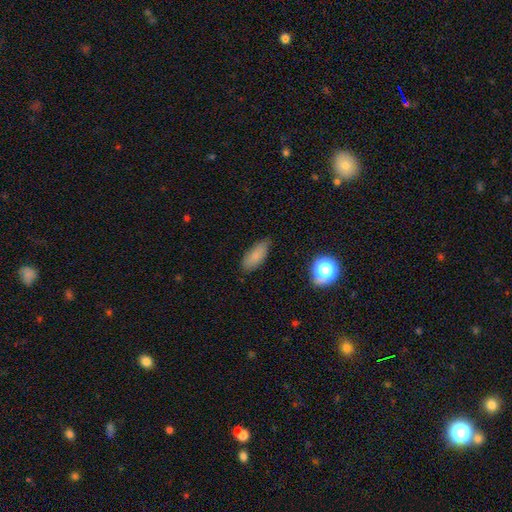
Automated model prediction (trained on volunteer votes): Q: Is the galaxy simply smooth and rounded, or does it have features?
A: smooth — 83%.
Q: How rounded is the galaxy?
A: in between — 81%.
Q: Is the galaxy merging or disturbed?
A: none — 77%.